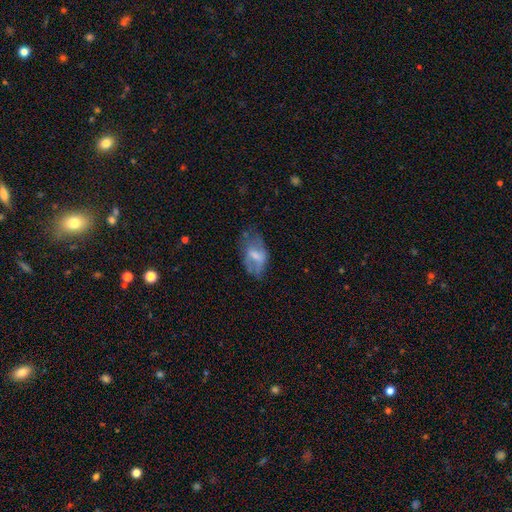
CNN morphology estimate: smooth-or-featured: smooth: 48% | featured or disk: 44% | star or artifact: 8%
  merging: none: 44% | minor disturbance: 31% | major disturbance: 22% | merger: 3%